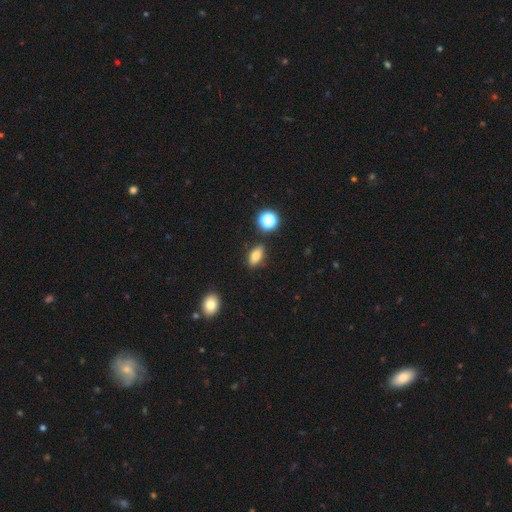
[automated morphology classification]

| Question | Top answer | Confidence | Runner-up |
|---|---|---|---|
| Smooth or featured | smooth | 79% | star or artifact (12%) |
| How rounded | in between | 81% | cigar-shaped (9%) |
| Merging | none | 85% | minor disturbance (10%) |